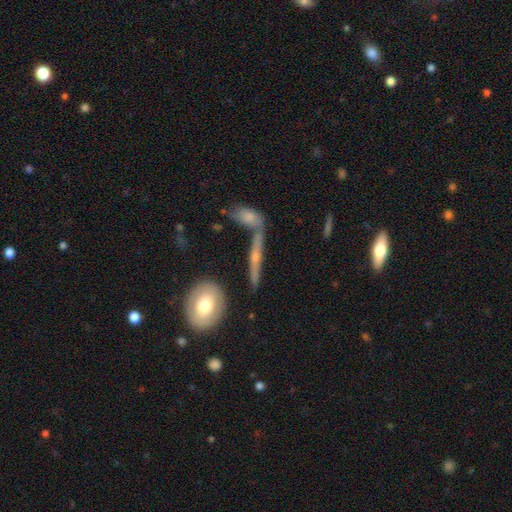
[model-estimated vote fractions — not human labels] smooth_or_featured: featured or disk (p=0.58) [alt: smooth p=0.29]
disk_edge_on: yes (p=0.79) [alt: no p=0.21]
merging: none (p=0.60) [alt: merger p=0.22]